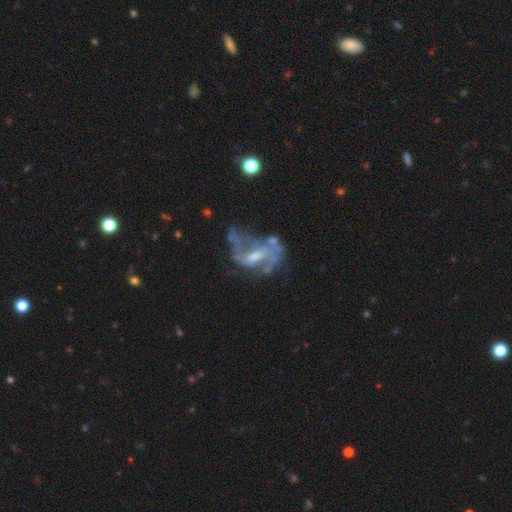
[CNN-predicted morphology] This appears to be a featured or disk galaxy (77%) with a weak bar (47%), 2 (57%) loose (53%) spiral arms (71%) and a small central bulge (43%). Merging: major disturbance (36%).